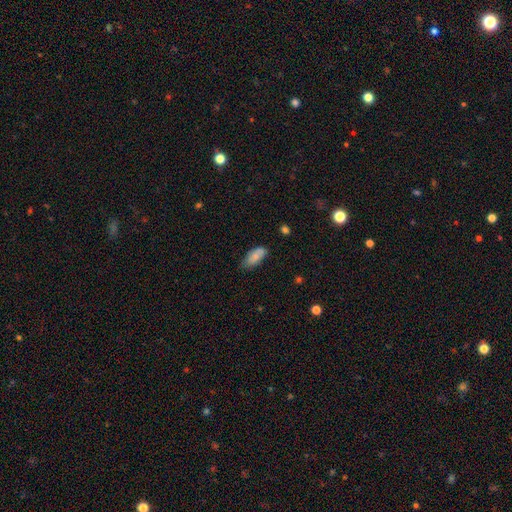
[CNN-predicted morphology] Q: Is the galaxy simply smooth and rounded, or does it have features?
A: smooth — 75%.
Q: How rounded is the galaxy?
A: in between — 90%.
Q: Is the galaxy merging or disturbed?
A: none — 64%.